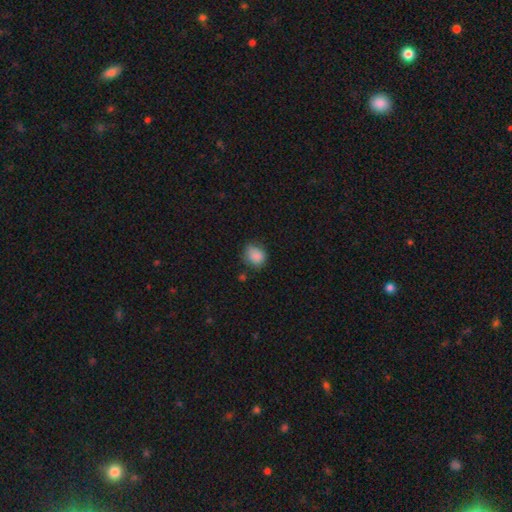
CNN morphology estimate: Smooth or featured? Predicted: smooth (p=0.86). How rounded? Predicted: round (p=0.56). Merging? Predicted: none (p=0.62).